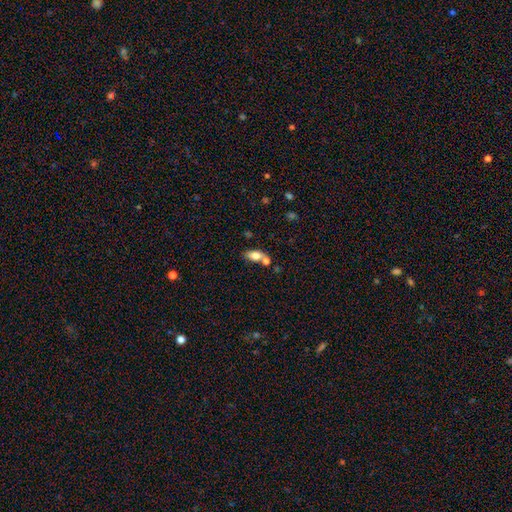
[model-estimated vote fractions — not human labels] Overall: smooth (77%). How rounded: in between (87%). Merging: none (51%; merger 31%).